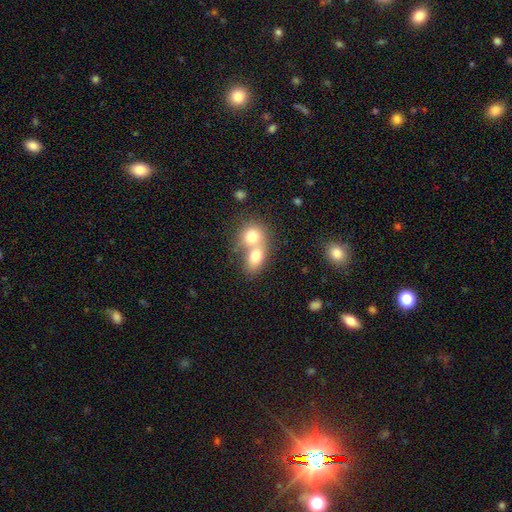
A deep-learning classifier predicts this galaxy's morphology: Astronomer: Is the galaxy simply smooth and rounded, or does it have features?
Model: smooth — 74%.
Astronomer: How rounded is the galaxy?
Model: in between — 53% (runner-up: round, 45%).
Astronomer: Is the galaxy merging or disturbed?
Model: merger — 68%.